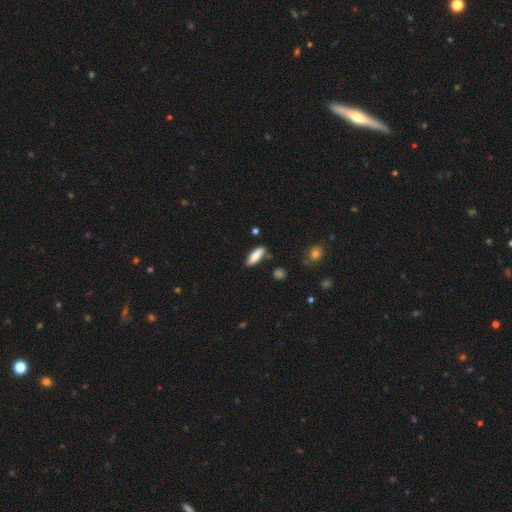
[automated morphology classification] Smooth or featured?
  - smooth: 84% *
  - featured or disk: 10%
  - star or artifact: 6%
How rounded?
  - in between: 54% *
  - cigar-shaped: 44%
  - round: 2%
Merging?
  - none: 80% *
  - minor disturbance: 14%
  - merger: 3%
  - major disturbance: 3%